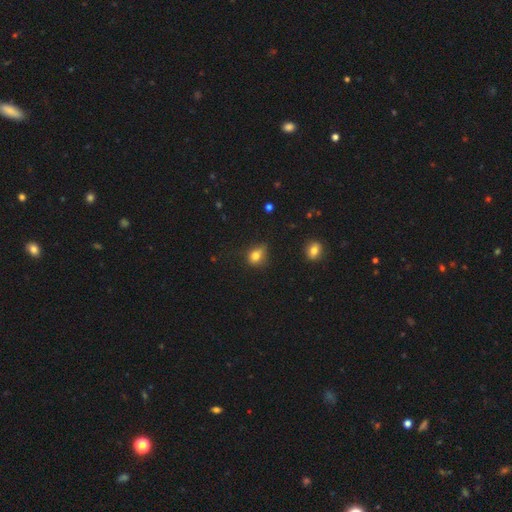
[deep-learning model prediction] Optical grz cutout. It shows a smooth galaxy with no disk features (75%) that is in between round and cigar-shaped (50%). Merging: none (46%).